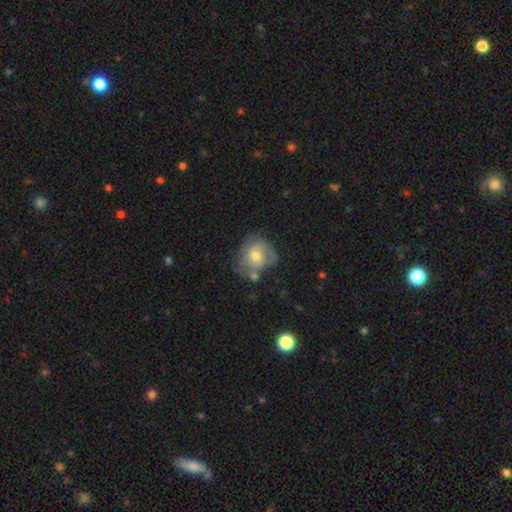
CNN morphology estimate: type=featured or disk (49%); merging=none (50%).